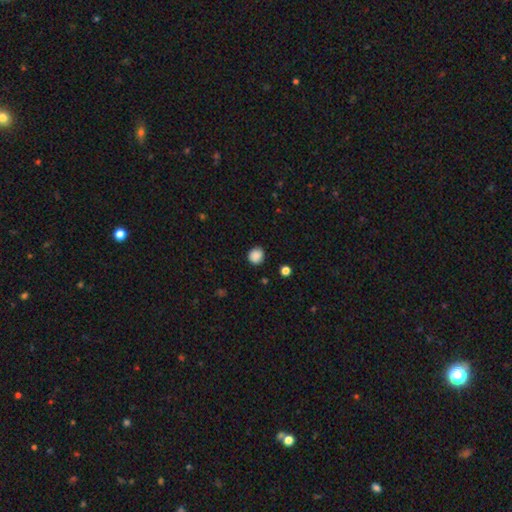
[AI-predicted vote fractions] A smooth galaxy with no disk features (87%) that is round (85%). Merging: none (86%).